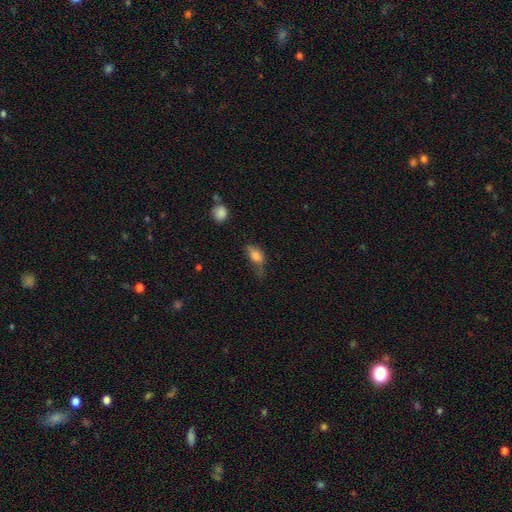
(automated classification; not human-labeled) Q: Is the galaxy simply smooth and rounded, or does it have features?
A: smooth — 77%.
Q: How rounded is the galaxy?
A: in between — 81%.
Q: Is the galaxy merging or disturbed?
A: minor disturbance — 35%.